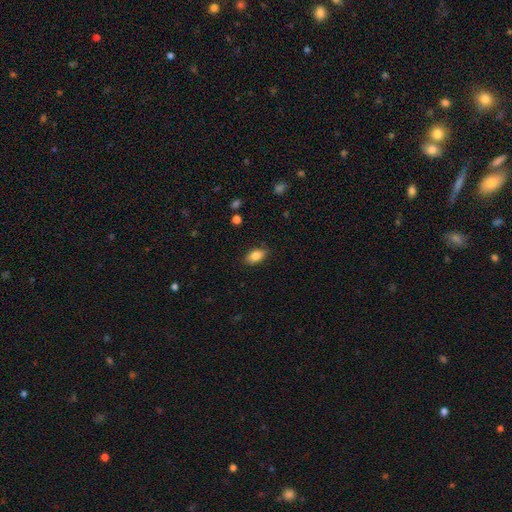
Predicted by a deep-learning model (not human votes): Morphology: type=smooth (84%); roundness=in between (90%); merging=none (85%).